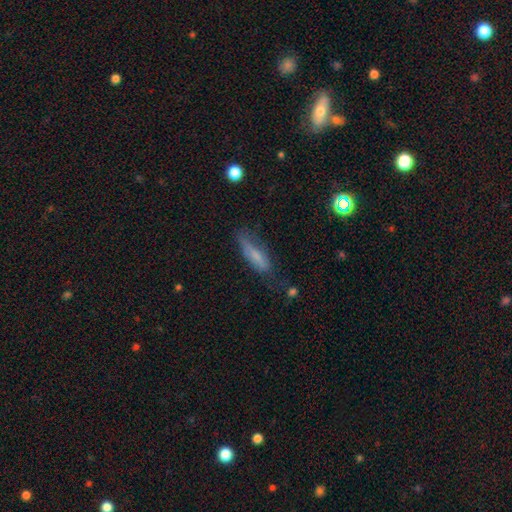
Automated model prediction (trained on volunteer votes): This is likely a smooth galaxy (62%). How rounded: likely cigar-shaped (65%). Merging: possibly none (58%).